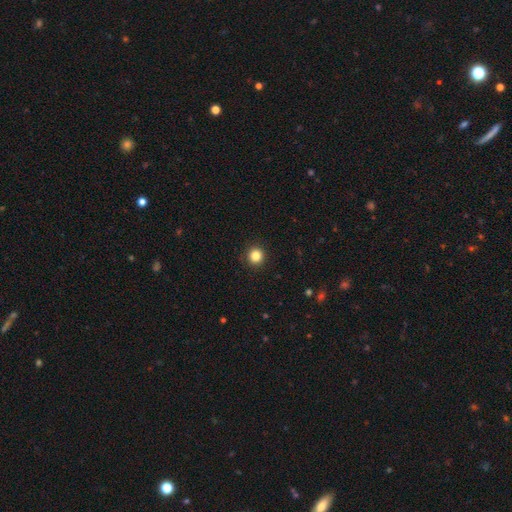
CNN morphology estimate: smooth_or_featured: smooth (p=0.85) [alt: star or artifact p=0.11]
how_rounded: round (p=0.95) [alt: in between p=0.05]
merging: none (p=0.93) [alt: minor disturbance p=0.05]